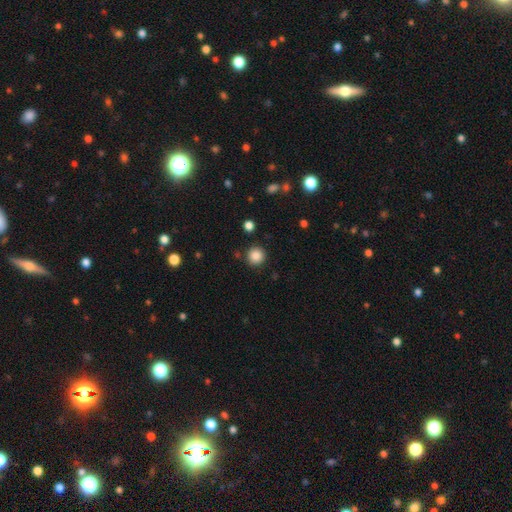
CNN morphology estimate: Q: Smooth or featured?
A: smooth (85%); runner-up: star or artifact (10%)
Q: How rounded?
A: round (94%); runner-up: in between (6%)
Q: Merging?
A: none (89%); runner-up: minor disturbance (7%)